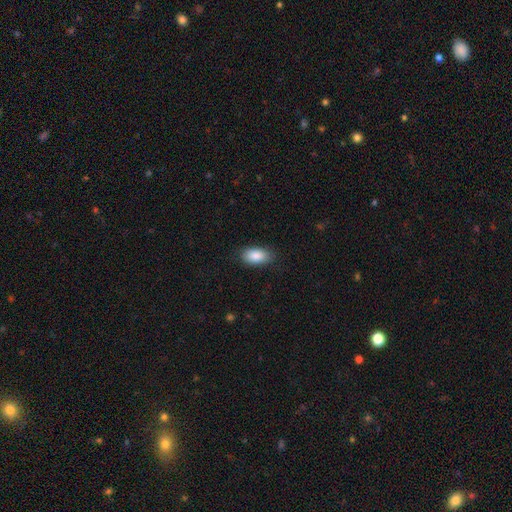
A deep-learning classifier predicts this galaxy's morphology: smooth-or-featured: smooth: 88% | star or artifact: 7% | featured or disk: 6%
  how-rounded: in between: 93% | round: 4% | cigar-shaped: 3%
  merging: none: 84% | minor disturbance: 12% | major disturbance: 3% | merger: 1%